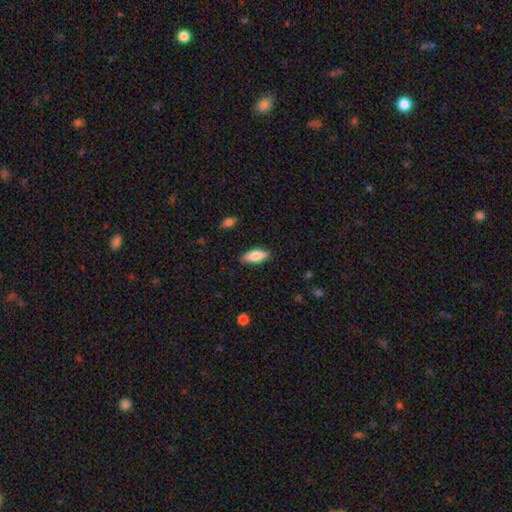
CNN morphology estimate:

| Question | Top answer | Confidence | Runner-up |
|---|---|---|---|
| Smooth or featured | smooth | 79% | featured or disk (15%) |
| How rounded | in between | 75% | cigar-shaped (23%) |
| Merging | none | 85% | minor disturbance (12%) |